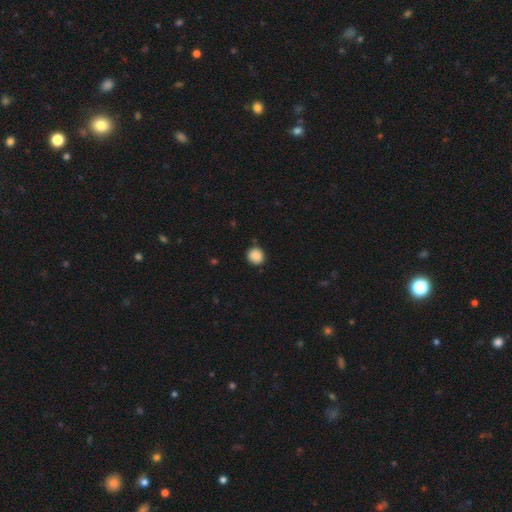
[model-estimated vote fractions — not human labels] This appears to be a smooth galaxy with no disk features (88%) that is round (86%). Merging: none (83%).